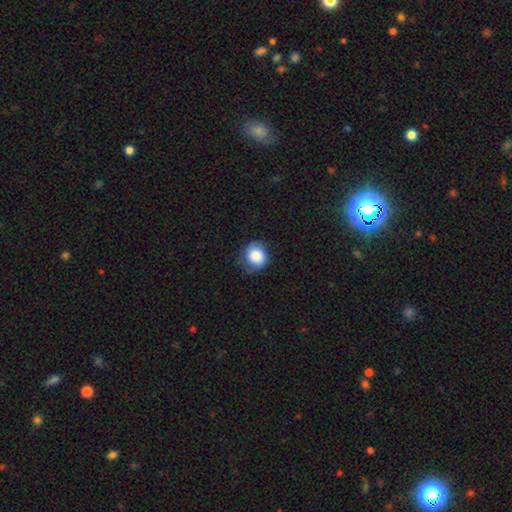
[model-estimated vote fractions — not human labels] Smooth or featured?
  - smooth: 85% *
  - star or artifact: 8%
  - featured or disk: 7%
How rounded?
  - round: 76% *
  - in between: 24%
  - cigar-shaped: 1%
Merging?
  - none: 69% *
  - minor disturbance: 24%
  - major disturbance: 6%
  - merger: 1%